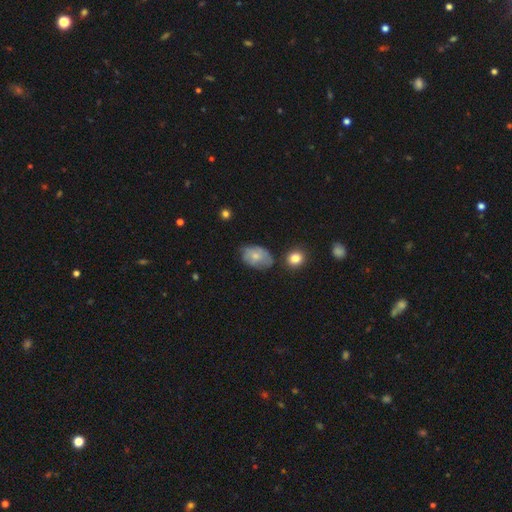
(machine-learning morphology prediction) smooth-or-featured: smooth: 60% | featured or disk: 32% | star or artifact: 8%
  how-rounded: in between: 83% | round: 16% | cigar-shaped: 1%
  merging: none: 54% | minor disturbance: 33% | major disturbance: 9% | merger: 4%